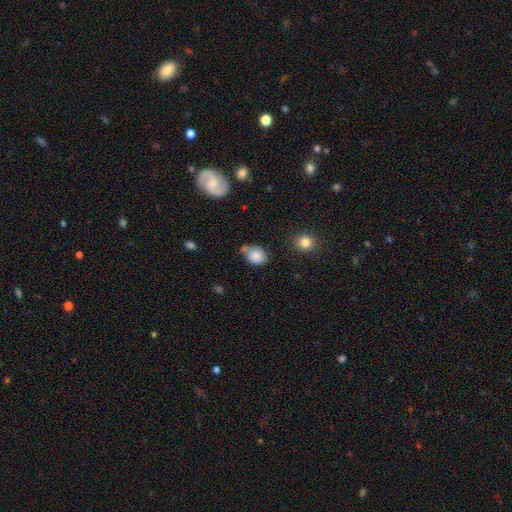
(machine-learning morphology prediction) Smooth or featured: smooth — 82% (star or artifact — 9%)
How rounded: in between — 58% (round — 41%)
Merging: none — 53% (minor disturbance — 27%)